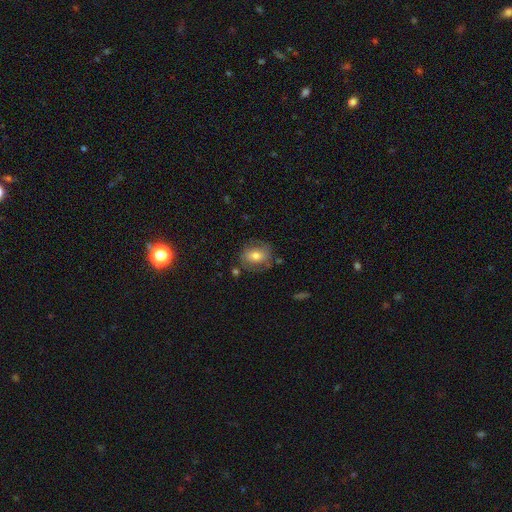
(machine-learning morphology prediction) Smooth or featured? smooth (60%)
How rounded? in between (50%)
Merging? none (69%)